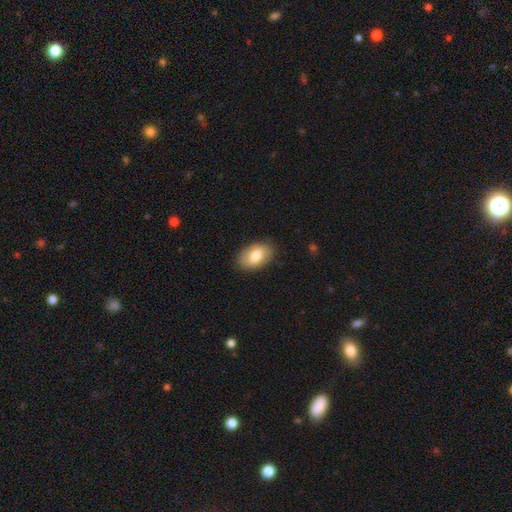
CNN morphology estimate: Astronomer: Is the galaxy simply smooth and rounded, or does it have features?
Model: smooth — 78%.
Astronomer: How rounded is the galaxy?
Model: in between — 91%.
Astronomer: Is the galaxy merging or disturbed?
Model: none — 85%.